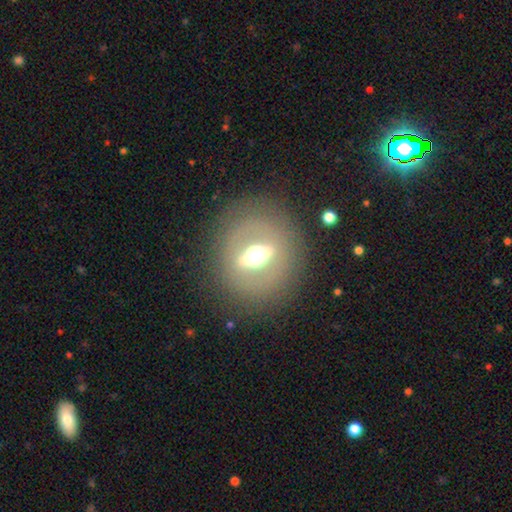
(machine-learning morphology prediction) smooth_or_featured: featured or disk (p=0.67) [alt: smooth p=0.22]
disk_edge_on: no (p=0.58) [alt: yes p=0.42]
merging: none (p=0.83) [alt: minor disturbance p=0.08]